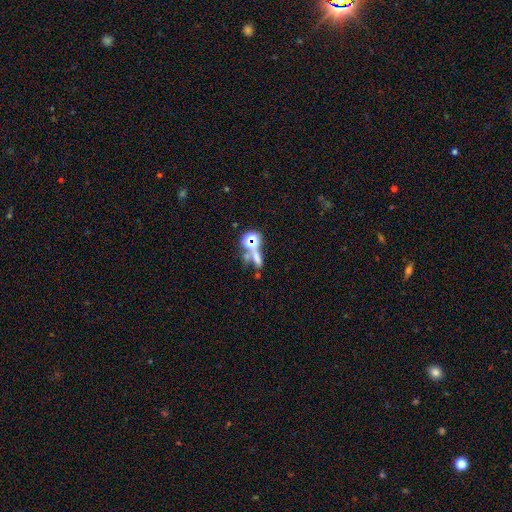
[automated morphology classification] type=smooth (47%); merging=none (39%).